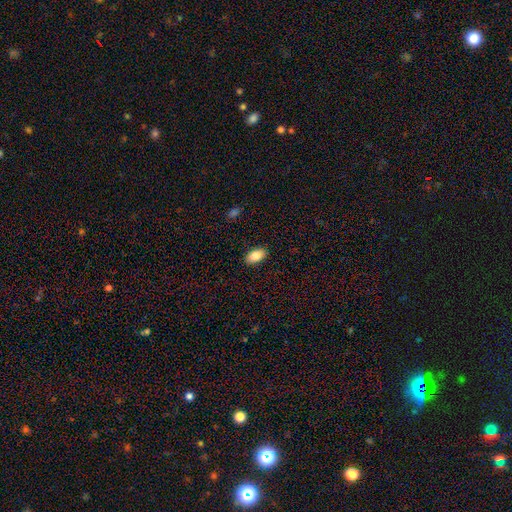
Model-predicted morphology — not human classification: Q: Smooth or featured?
A: smooth (84%); runner-up: featured or disk (9%)
Q: How rounded?
A: in between (94%); runner-up: round (4%)
Q: Merging?
A: none (90%); runner-up: minor disturbance (7%)